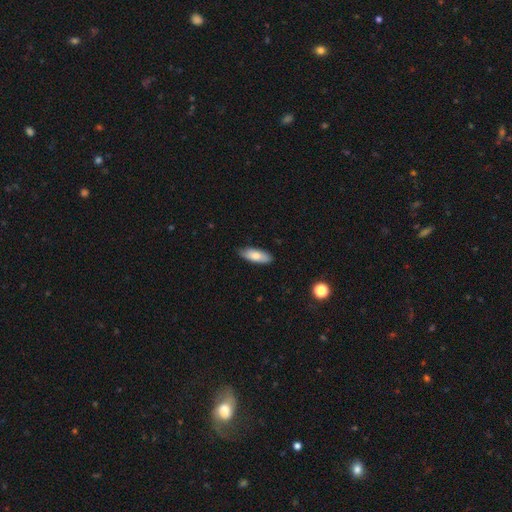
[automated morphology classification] A smooth galaxy with no disk features (76%) that is in between round and cigar-shaped (72%).

Vote fractions:
- Smooth or featured? smooth: 76% / featured or disk: 18% / star or artifact: 6%
- How rounded? in between: 72% / cigar-shaped: 26% / round: 2%
- Merging? none: 83% / minor disturbance: 14% / major disturbance: 2% / merger: 1%